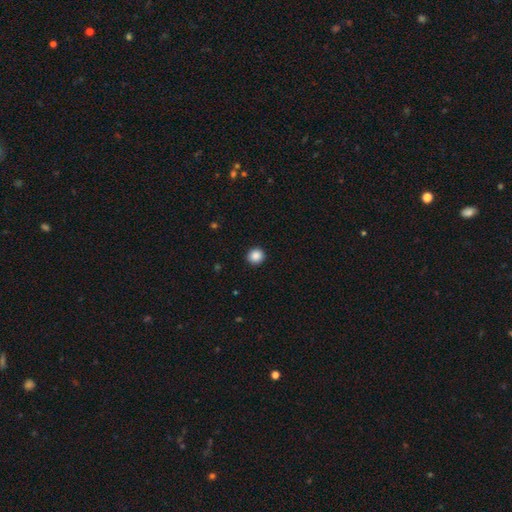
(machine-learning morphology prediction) This appears to be a smooth galaxy with no disk features (88%) that is round (93%). Merging: none (93%).